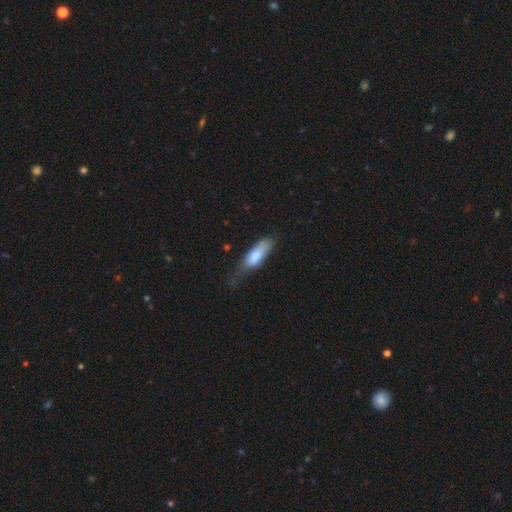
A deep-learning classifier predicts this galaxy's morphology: Q: Smooth or featured?
A: smooth (79%); runner-up: featured or disk (15%)
Q: How rounded?
A: in between (55%); runner-up: cigar-shaped (43%)
Q: Merging?
A: none (43%); runner-up: minor disturbance (39%)